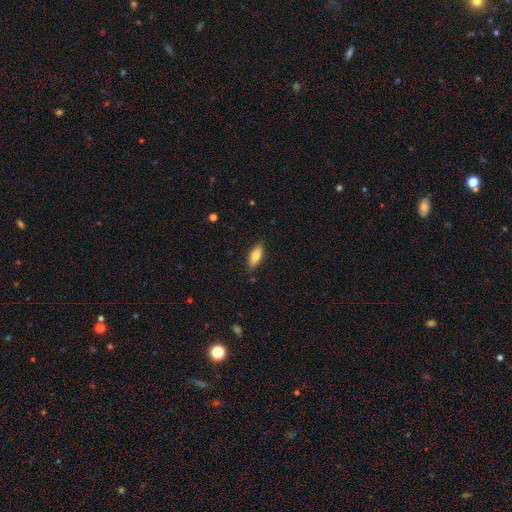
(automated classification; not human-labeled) Smooth or featured? Predicted: smooth (p=0.80). How rounded? Predicted: in between (p=0.78). Merging? Predicted: none (p=0.86).